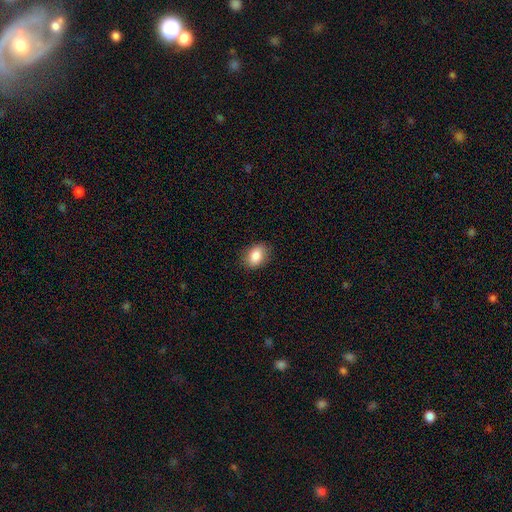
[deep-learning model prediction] Smooth or featured?
  - smooth: 86% *
  - star or artifact: 8%
  - featured or disk: 6%
How rounded?
  - in between: 80% *
  - round: 19%
  - cigar-shaped: 1%
Merging?
  - none: 86% *
  - minor disturbance: 11%
  - major disturbance: 3%
  - merger: 1%